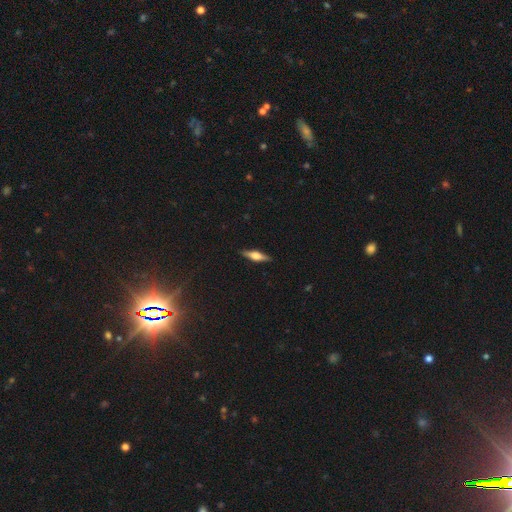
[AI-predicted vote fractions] This appears to be a featured or disk galaxy (58%) viewed edge-on (96%) with a rounded central bulge (88%). Merging: none (89%).